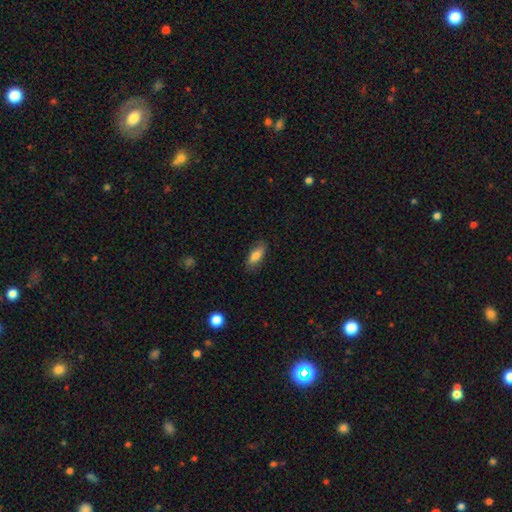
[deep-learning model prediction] smooth-or-featured: smooth: 79% | featured or disk: 14% | star or artifact: 7%
  how-rounded: in between: 77% | cigar-shaped: 20% | round: 3%
  merging: none: 81% | minor disturbance: 15% | major disturbance: 3% | merger: 1%